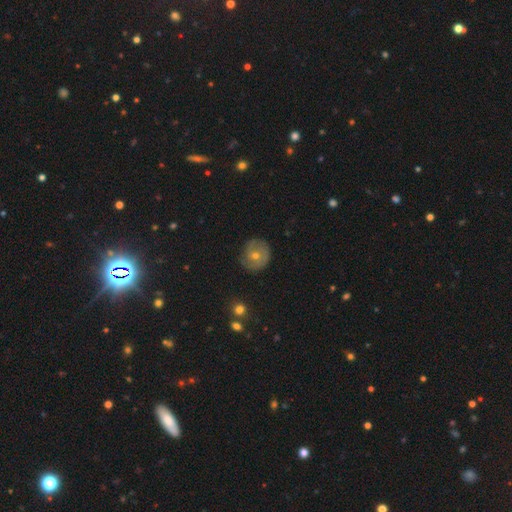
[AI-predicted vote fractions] This appears to be a featured or disk galaxy (58%) with no bar (80%), spiral arms (76%) and a moderate central bulge (50%). Merging: none (80%).